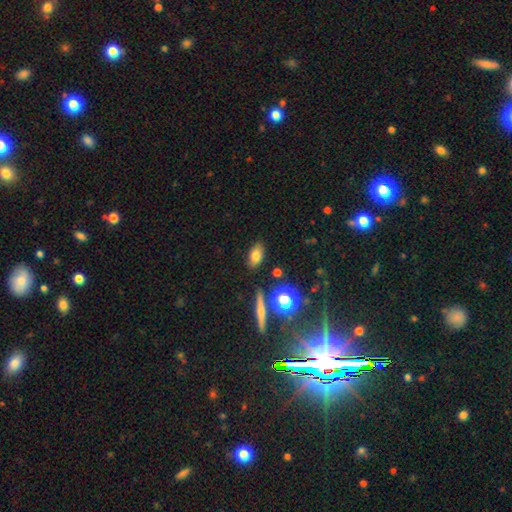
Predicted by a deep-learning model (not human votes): Smooth or featured? Predicted: smooth (p=0.75). How rounded? Predicted: in between (p=0.85). Merging? Predicted: none (p=0.84).